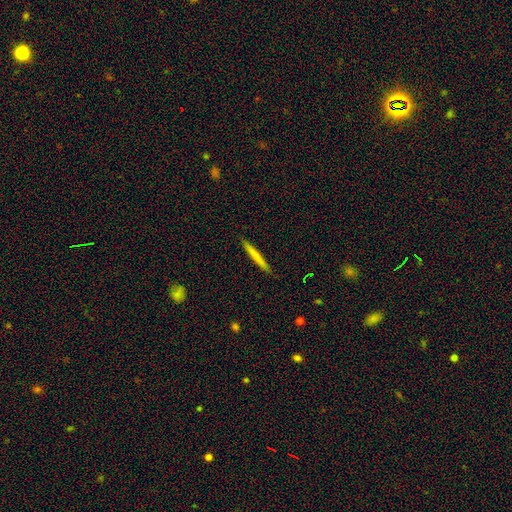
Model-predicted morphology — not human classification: smooth_or_featured: smooth (p=0.70) [alt: featured or disk p=0.25]
how_rounded: cigar-shaped (p=0.97) [alt: in between p=0.02]
merging: none (p=0.91) [alt: minor disturbance p=0.07]